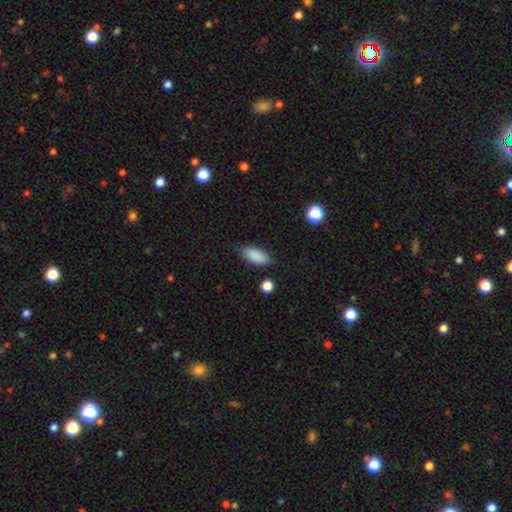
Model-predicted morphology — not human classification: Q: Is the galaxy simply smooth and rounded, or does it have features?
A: smooth — 88%.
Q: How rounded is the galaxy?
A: in between — 87%.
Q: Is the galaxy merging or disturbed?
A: none — 80%.